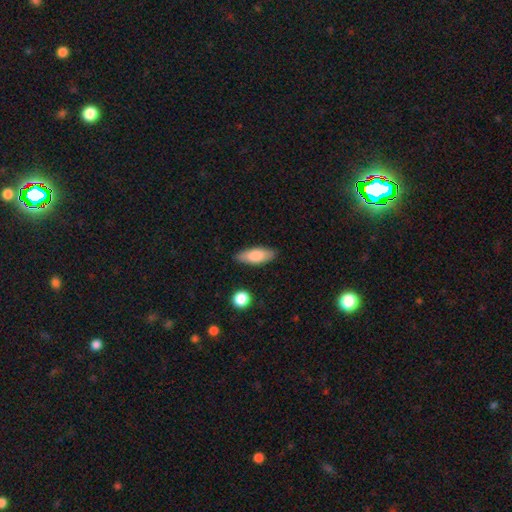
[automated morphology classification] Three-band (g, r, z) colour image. It shows a smooth galaxy with no disk features (81%) that is in between round and cigar-shaped (73%). Merging: none (82%).